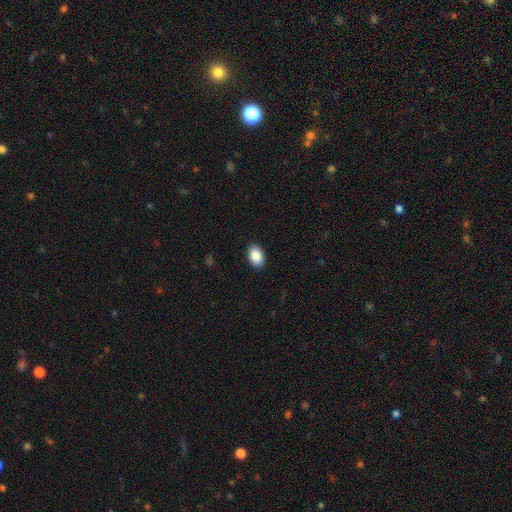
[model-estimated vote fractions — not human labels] Smooth or featured? Predicted: smooth (p=0.89). How rounded? Predicted: in between (p=0.89). Merging? Predicted: none (p=0.90).